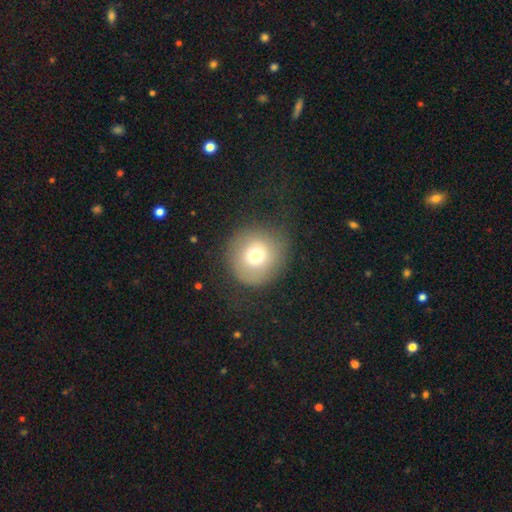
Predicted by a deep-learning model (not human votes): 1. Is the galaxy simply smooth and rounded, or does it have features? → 70% smooth, 17% featured or disk, 13% star or artifact.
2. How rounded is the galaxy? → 92% round, 7% in between, 1% cigar-shaped.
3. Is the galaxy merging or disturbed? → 68% none, 17% minor disturbance, 13% major disturbance, 1% merger.